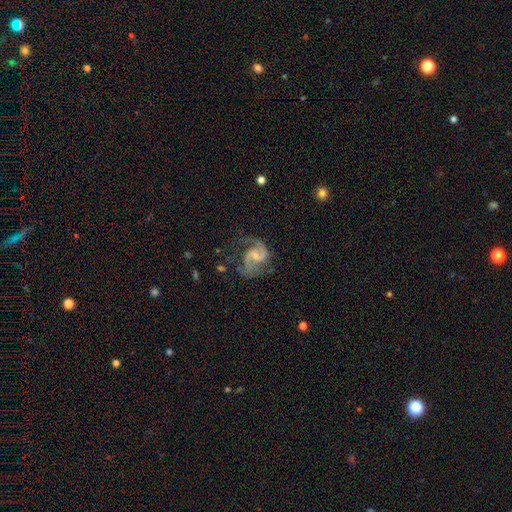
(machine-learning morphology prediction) A featured or disk galaxy (88%) with a weak bar (52%), 2 (87%) medium (56%) spiral arms (97%) and a small central bulge (50%).

Vote fractions:
- Smooth or featured? featured or disk: 88% / smooth: 7% / star or artifact: 5%
- Edge-on disk? no: 98% / yes: 2%
- Bar? weak: 52% / no: 35% / strong: 13%
- Spiral arms? yes: 97% / no: 3%
- Spiral winding? medium: 56% / loose: 30% / tight: 14%
- Spiral arm count? 2: 87% / 1: 4% / can't tell: 4% / 3: 3% / 4: 1% / more than 4: 1%
- Bulge size? small: 50% / moderate: 24% / none: 23% / large: 2% / dominant: 1%
- Merging? none: 56% / minor disturbance: 21% / major disturbance: 21% / merger: 3%